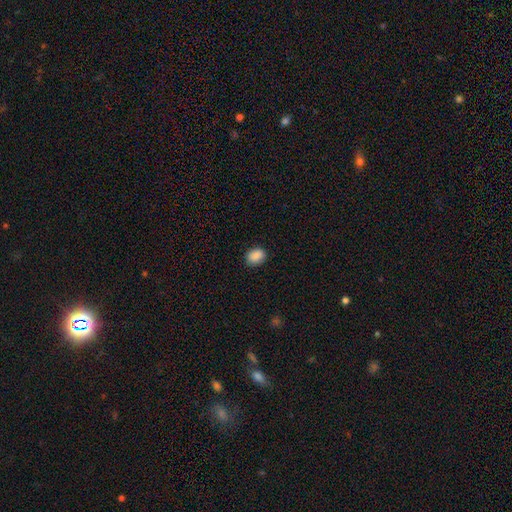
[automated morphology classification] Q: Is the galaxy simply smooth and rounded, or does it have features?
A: smooth — 89%.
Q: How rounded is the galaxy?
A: in between — 61%.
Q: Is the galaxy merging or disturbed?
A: none — 85%.